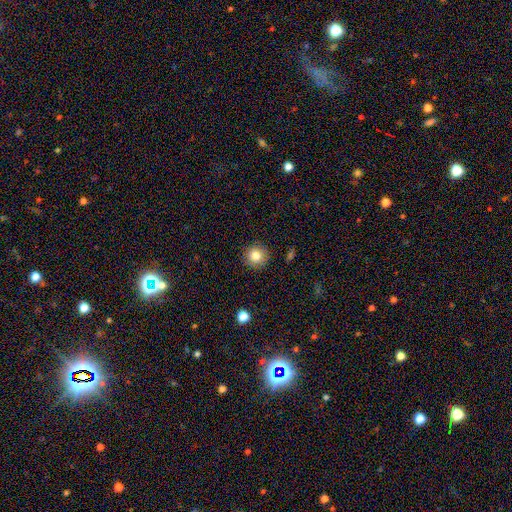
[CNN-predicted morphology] smooth-or-featured: smooth: 82% | star or artifact: 10% | featured or disk: 8%
  how-rounded: round: 94% | in between: 5% | cigar-shaped: 1%
  merging: none: 90% | minor disturbance: 6% | major disturbance: 2% | merger: 1%